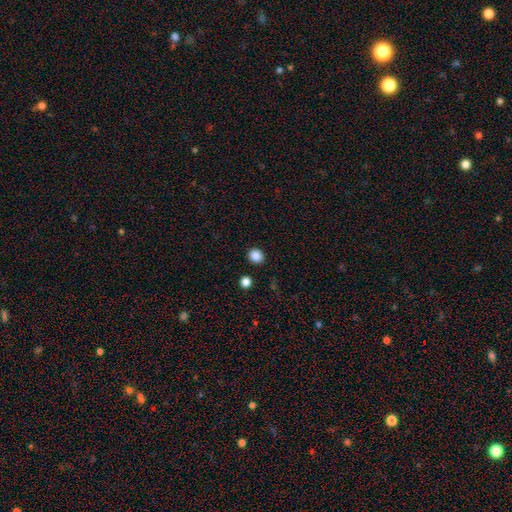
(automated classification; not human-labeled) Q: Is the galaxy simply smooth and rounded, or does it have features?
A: smooth — 87%.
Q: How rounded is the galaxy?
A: round — 84%.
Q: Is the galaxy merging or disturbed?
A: none — 91%.